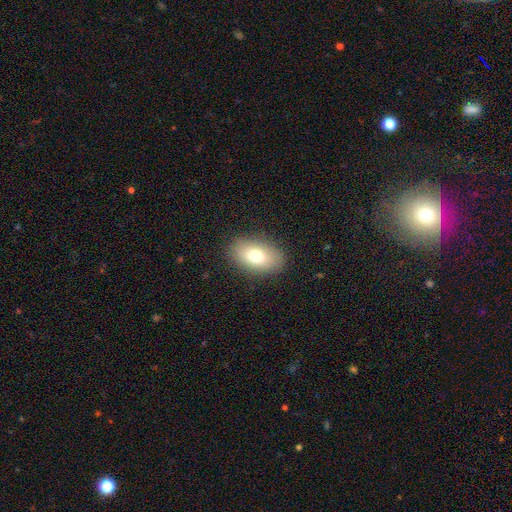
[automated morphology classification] The model was most divided on "smooth or featured": smooth: 76%, featured or disk: 15%, star or artifact: 9%. More confident: how rounded — in between (89%); merging — none (87%).